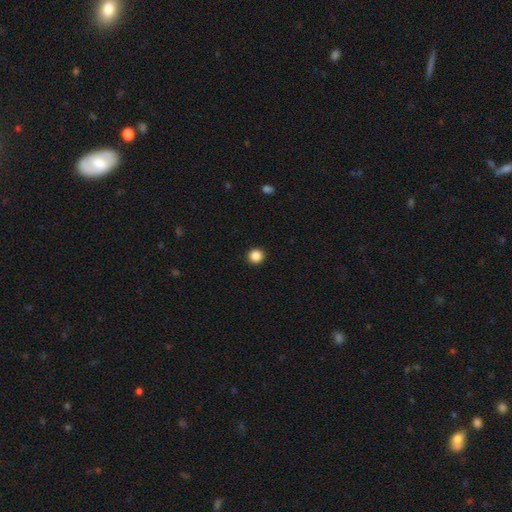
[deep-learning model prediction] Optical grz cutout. It shows a smooth galaxy with no disk features (87%) that is round (95%). Merging: none (94%).